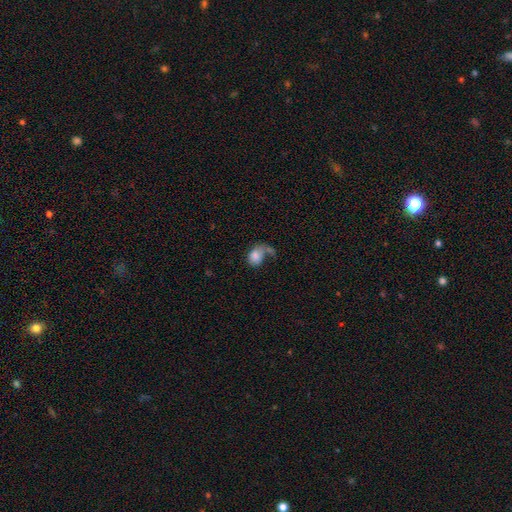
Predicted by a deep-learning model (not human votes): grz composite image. It shows a smooth galaxy with no disk features (67%) that is in between round and cigar-shaped (72%). Merging: major disturbance (40%).